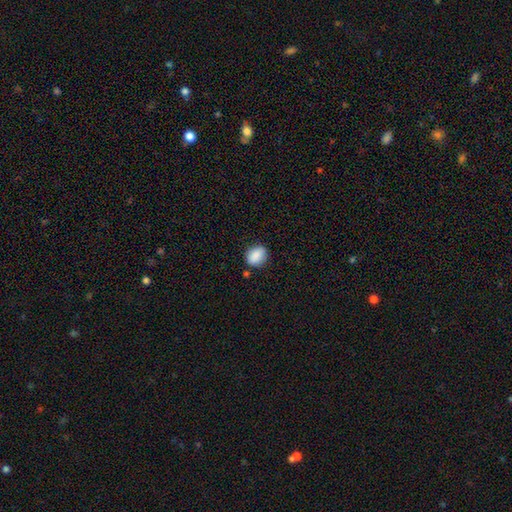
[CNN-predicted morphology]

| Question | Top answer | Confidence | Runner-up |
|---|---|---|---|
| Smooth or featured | smooth | 88% | star or artifact (8%) |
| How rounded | in between | 57% | round (41%) |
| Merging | none | 79% | minor disturbance (15%) |